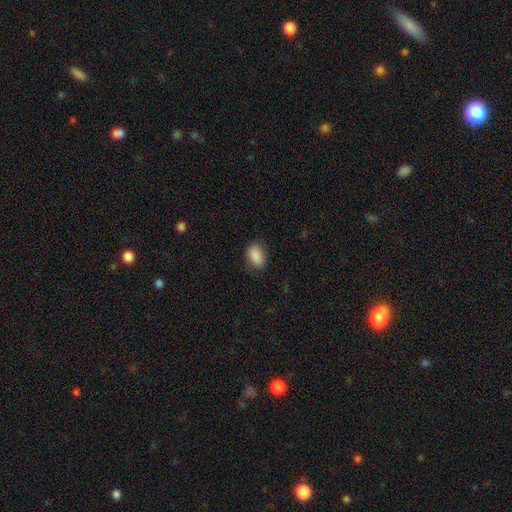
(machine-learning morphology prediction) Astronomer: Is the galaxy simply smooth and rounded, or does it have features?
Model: smooth — 90%.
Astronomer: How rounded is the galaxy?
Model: in between — 86%.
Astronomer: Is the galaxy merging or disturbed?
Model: none — 84%.